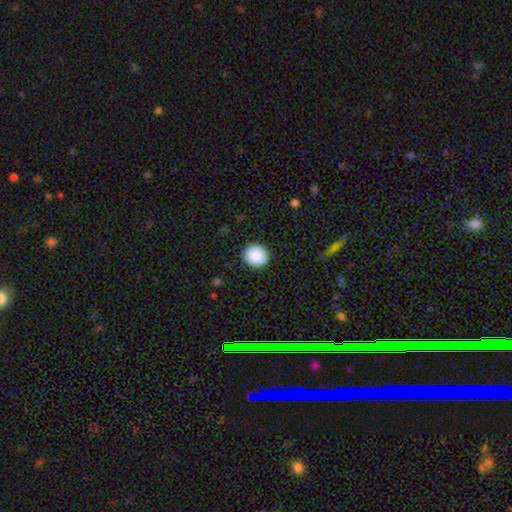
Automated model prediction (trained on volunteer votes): Overall: smooth (88%). How rounded: round (79%). Merging: none (89%).